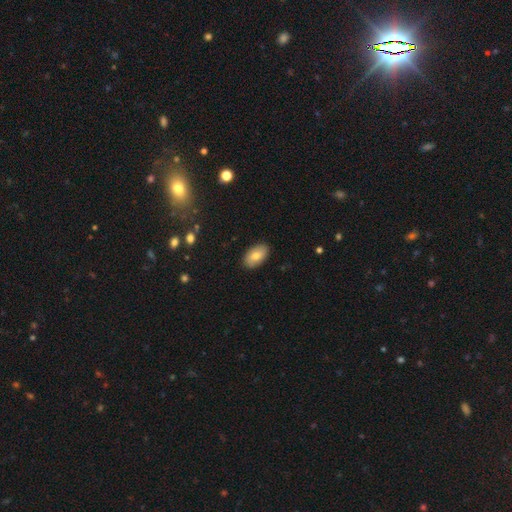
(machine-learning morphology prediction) smooth-or-featured: smooth: 76% | featured or disk: 17% | star or artifact: 7%
  how-rounded: in between: 94% | round: 5% | cigar-shaped: 2%
  merging: none: 88% | minor disturbance: 9% | major disturbance: 2% | merger: 1%